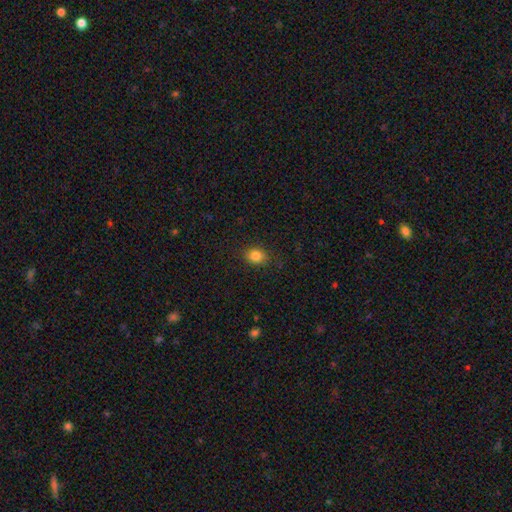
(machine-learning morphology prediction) A smooth galaxy with no disk features (83%) that is round (57%).

Vote fractions:
- Smooth or featured? smooth: 83% / star or artifact: 11% / featured or disk: 6%
- How rounded? round: 57% / in between: 42% / cigar-shaped: 1%
- Merging? none: 88% / minor disturbance: 9% / major disturbance: 2% / merger: 1%